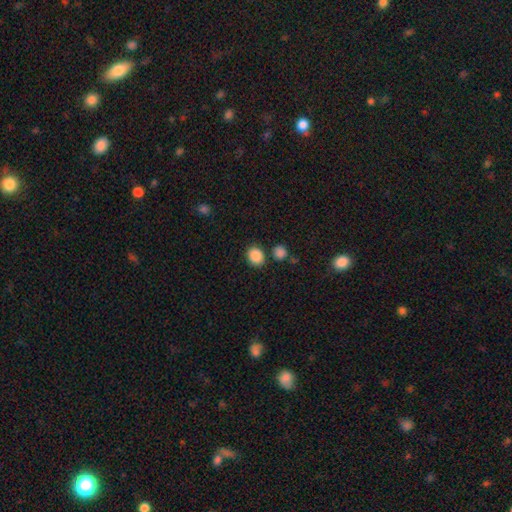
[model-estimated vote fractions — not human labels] Smooth or featured: smooth — 88% (star or artifact — 9%)
How rounded: round — 59% (in between — 40%)
Merging: none — 78% (minor disturbance — 10%)